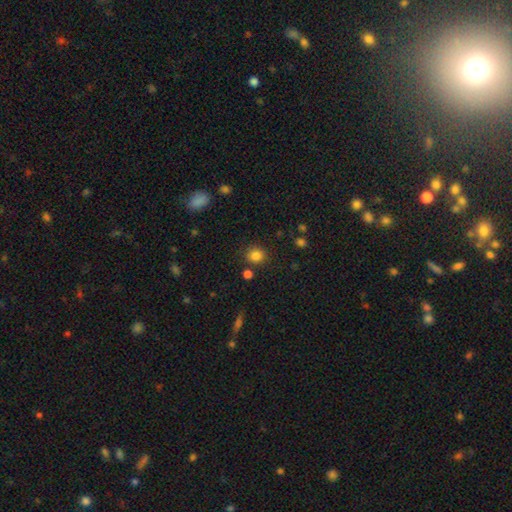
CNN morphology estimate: This is clearly a smooth galaxy (83%). How rounded: likely round (77%). Merging: clearly none (82%).